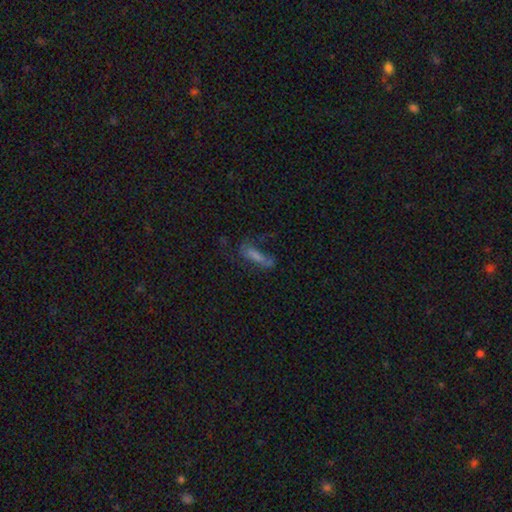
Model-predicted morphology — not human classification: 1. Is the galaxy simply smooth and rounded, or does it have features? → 47% smooth, 30% featured or disk, 23% star or artifact.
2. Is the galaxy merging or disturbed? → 44% none, 25% major disturbance, 22% minor disturbance, 9% merger.